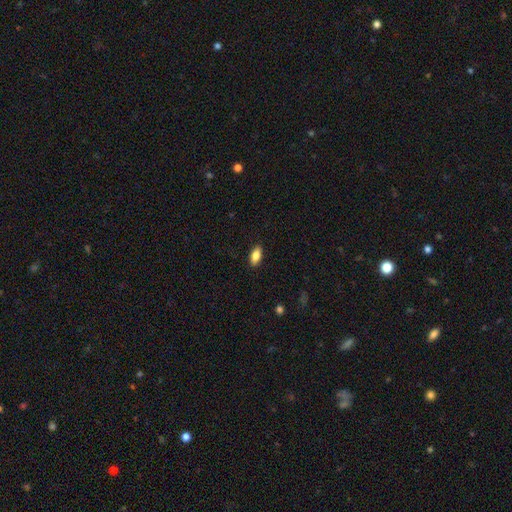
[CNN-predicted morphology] smooth_or_featured: smooth (p=0.85) [alt: featured or disk p=0.08]
how_rounded: in between (p=0.88) [alt: cigar-shaped p=0.09]
merging: none (p=0.89) [alt: minor disturbance p=0.08]